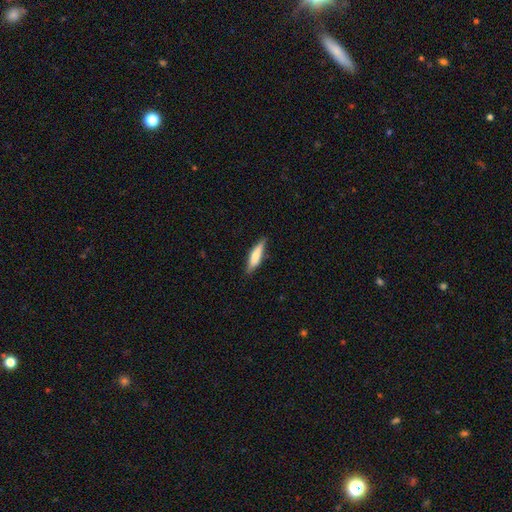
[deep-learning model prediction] This appears to be a smooth galaxy with no disk features (64%) that is cigar-shaped (71%). Merging: none (81%).